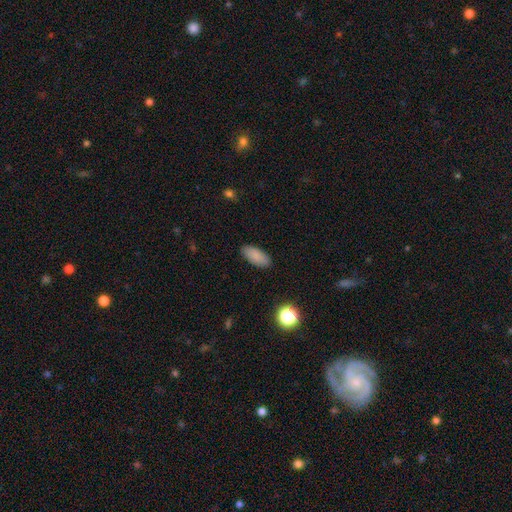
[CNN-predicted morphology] Smooth or featured? Predicted: smooth (p=0.87). How rounded? Predicted: in between (p=0.85). Merging? Predicted: none (p=0.89).